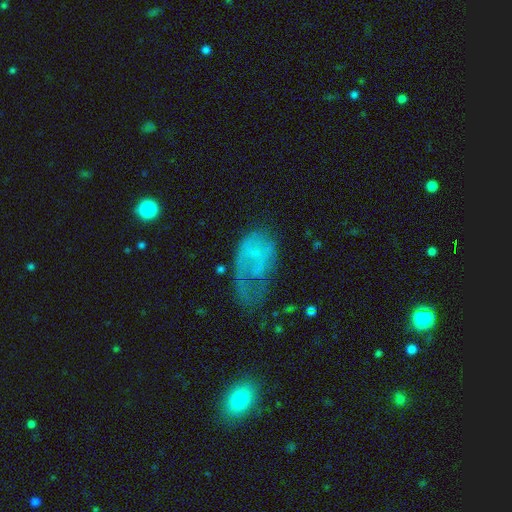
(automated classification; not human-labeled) Overall: featured or disk (47%; smooth 41%). Merging: major disturbance (47%; none 26%).